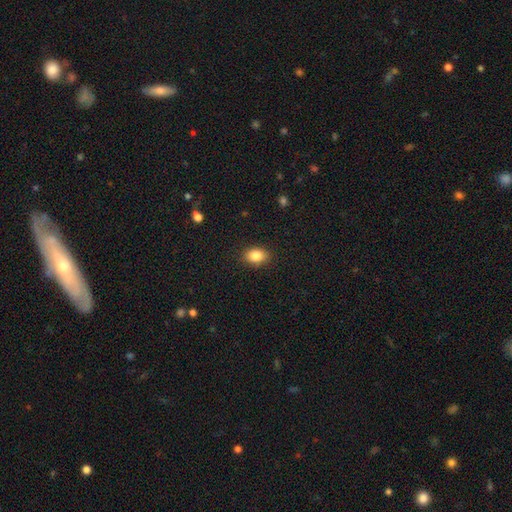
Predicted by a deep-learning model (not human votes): Smooth or featured?
  - smooth: 85% *
  - star or artifact: 9%
  - featured or disk: 7%
How rounded?
  - in between: 77% *
  - round: 22%
  - cigar-shaped: 1%
Merging?
  - none: 88% *
  - minor disturbance: 9%
  - major disturbance: 2%
  - merger: 1%